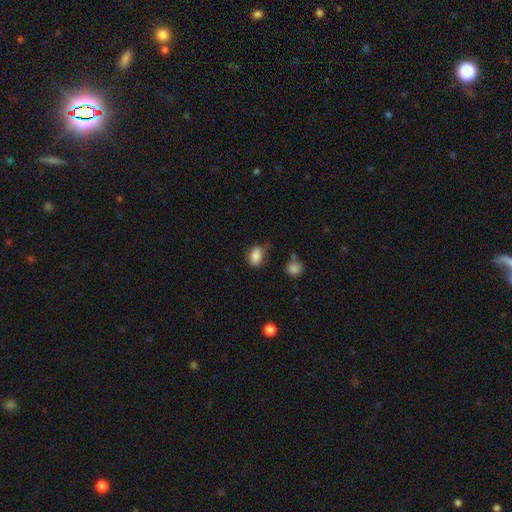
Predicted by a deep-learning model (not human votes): smooth-or-featured: smooth: 83% | star or artifact: 9% | featured or disk: 7%
  how-rounded: in between: 79% | round: 19% | cigar-shaped: 2%
  merging: none: 56% | minor disturbance: 31% | major disturbance: 10% | merger: 4%